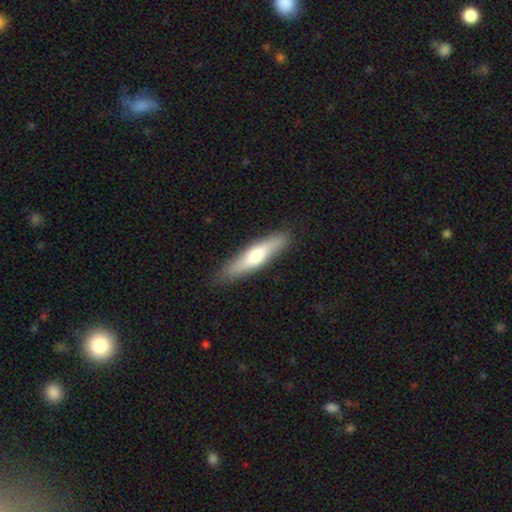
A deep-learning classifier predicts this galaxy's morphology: smooth_or_featured: smooth (p=0.57) [alt: featured or disk p=0.37]
how_rounded: cigar-shaped (p=0.81) [alt: in between p=0.17]
merging: none (p=0.88) [alt: minor disturbance p=0.10]